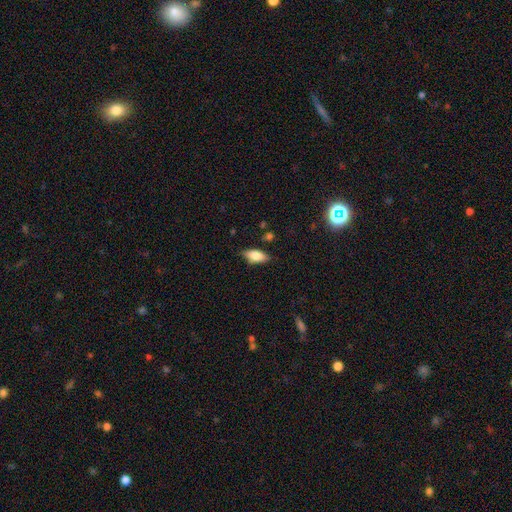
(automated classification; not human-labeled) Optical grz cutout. It shows a smooth galaxy with no disk features (75%) that is in between round and cigar-shaped (83%). Merging: none (78%).